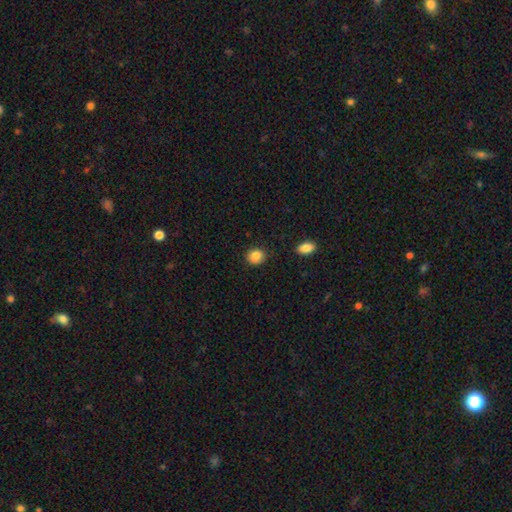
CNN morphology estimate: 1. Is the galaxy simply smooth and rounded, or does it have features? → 85% smooth, 9% star or artifact, 5% featured or disk.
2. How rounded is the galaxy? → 75% round, 24% in between, 1% cigar-shaped.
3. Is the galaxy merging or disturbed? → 86% none, 9% minor disturbance, 2% major disturbance, 2% merger.